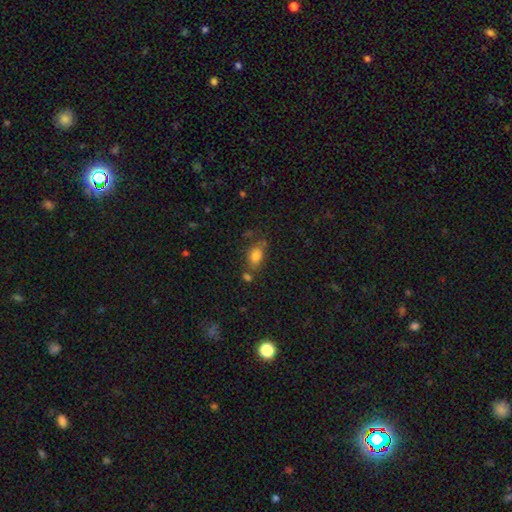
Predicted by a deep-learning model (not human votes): Smooth or featured? Predicted: smooth (p=0.80). How rounded? Predicted: in between (p=0.80). Merging? Predicted: none (p=0.58).